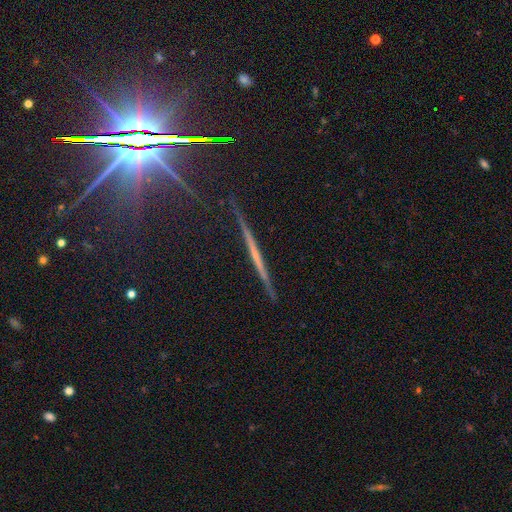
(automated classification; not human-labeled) Overall: featured or disk (61%; smooth 21%). Edge-on disk: yes (97%). Edge-on bulge: none (76%). Merging: none (89%).